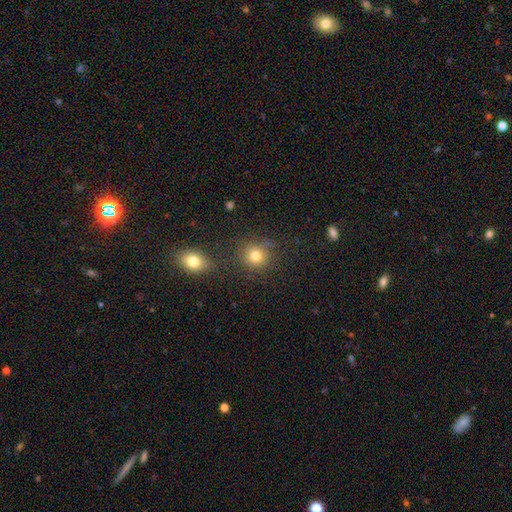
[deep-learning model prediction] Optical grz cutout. It shows a smooth galaxy with no disk features (78%) that is round (87%). Merging: none (77%).